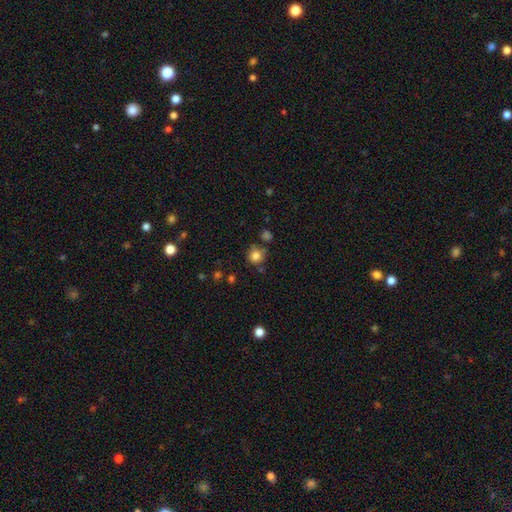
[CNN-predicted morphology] Smooth or featured?
  - smooth: 82% *
  - star or artifact: 12%
  - featured or disk: 6%
How rounded?
  - round: 88% *
  - in between: 11%
  - cigar-shaped: 1%
Merging?
  - none: 71% *
  - minor disturbance: 15%
  - merger: 10%
  - major disturbance: 5%